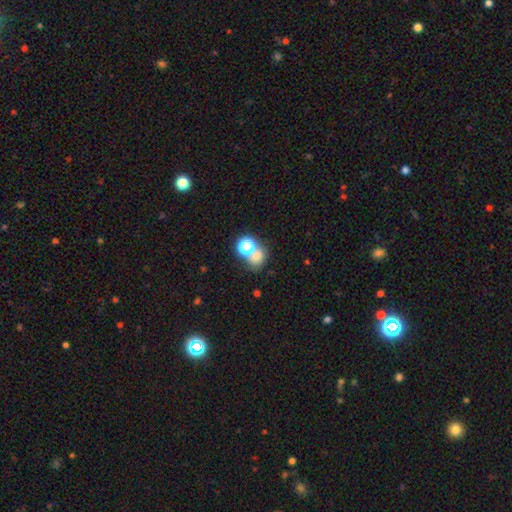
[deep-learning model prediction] Smooth or featured?
  - smooth: 65% *
  - star or artifact: 23%
  - featured or disk: 12%
How rounded?
  - round: 60% *
  - in between: 39%
  - cigar-shaped: 1%
Merging?
  - none: 44% *
  - merger: 39%
  - minor disturbance: 10%
  - major disturbance: 7%